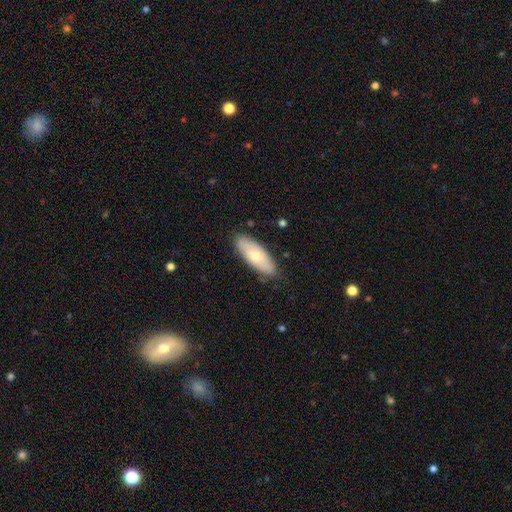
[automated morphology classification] smooth-or-featured: smooth: 66% | featured or disk: 28% | star or artifact: 6%
  how-rounded: in between: 73% | cigar-shaped: 24% | round: 2%
  merging: none: 83% | minor disturbance: 13% | major disturbance: 2% | merger: 1%